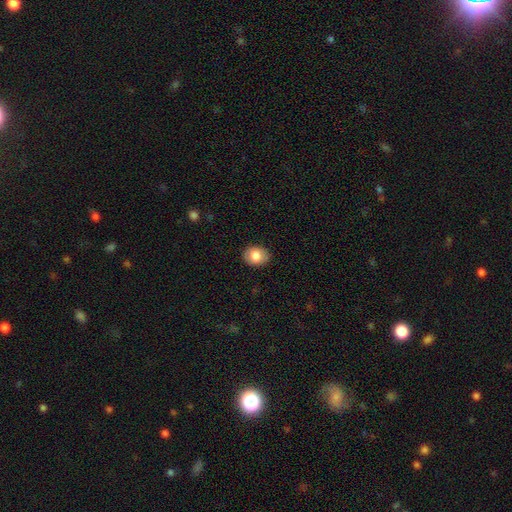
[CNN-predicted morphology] type=smooth (83%); roundness=in between (55%); merging=none (88%).